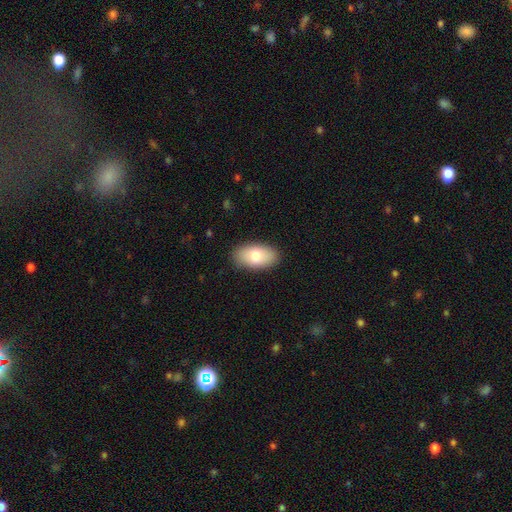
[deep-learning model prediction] Morphology: type=smooth (76%); roundness=in between (94%); merging=none (88%).